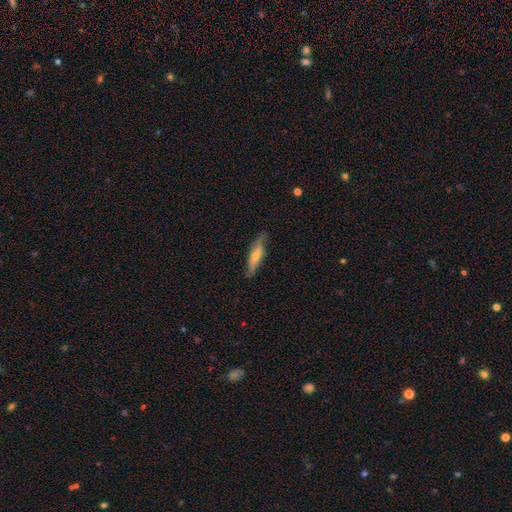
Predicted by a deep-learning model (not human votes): smooth-or-featured: smooth: 55% | featured or disk: 39% | star or artifact: 6%
  how-rounded: cigar-shaped: 68% | in between: 30% | round: 2%
  merging: none: 76% | minor disturbance: 19% | major disturbance: 4% | merger: 1%